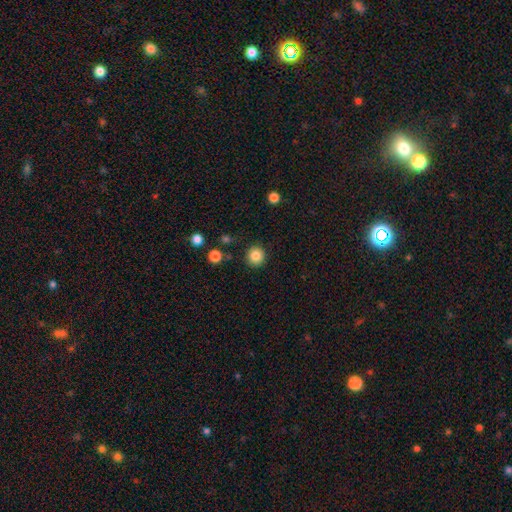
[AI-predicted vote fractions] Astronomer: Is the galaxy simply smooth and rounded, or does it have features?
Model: smooth — 86%.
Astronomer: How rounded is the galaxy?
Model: round — 92%.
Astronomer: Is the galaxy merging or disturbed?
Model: none — 90%.